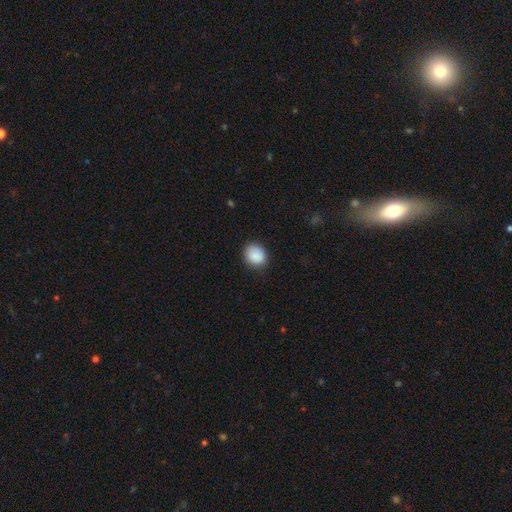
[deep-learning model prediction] Overall: smooth (88%). How rounded: round (71%). Merging: none (82%).